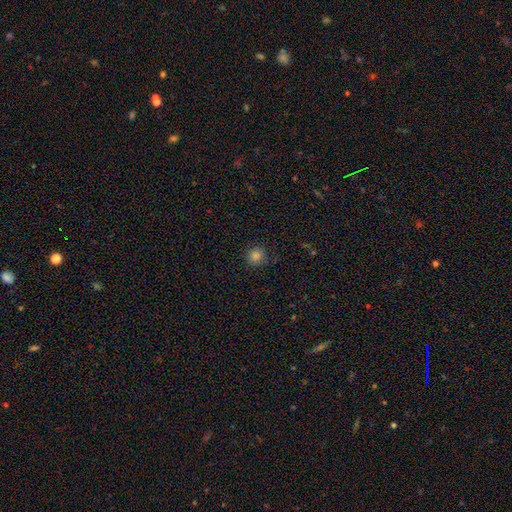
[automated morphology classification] A smooth galaxy with no disk features (81%) that is round (90%).

Vote fractions:
- Smooth or featured? smooth: 81% / star or artifact: 14% / featured or disk: 5%
- How rounded? round: 90% / in between: 9% / cigar-shaped: 1%
- Merging? none: 85% / minor disturbance: 11% / major disturbance: 3% / merger: 1%